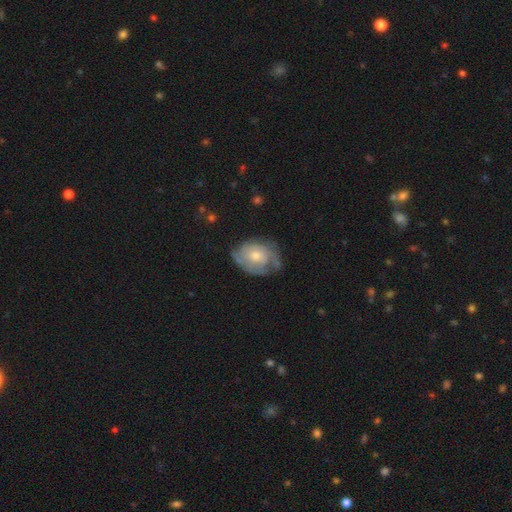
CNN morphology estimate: featured or disk 66%, smooth 28%, star or artifact 6%. Down the decision tree: edge-on disk — no (97%); bar — no (76%); spiral arms — yes (79%); spiral arm count — can't tell (43%); spiral winding — tight (54%); bulge size — moderate (57%); merging — none (56%).